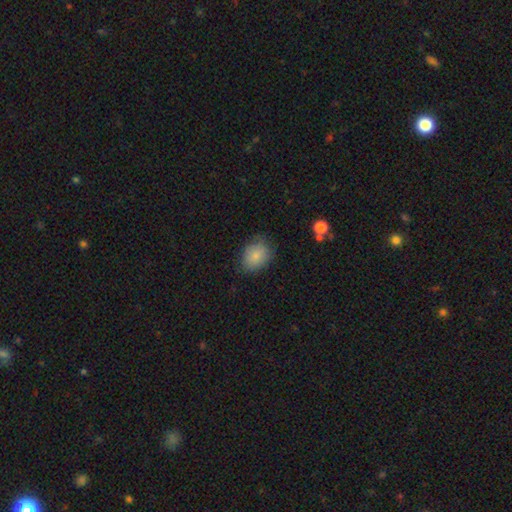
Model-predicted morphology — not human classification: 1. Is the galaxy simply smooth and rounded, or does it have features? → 83% smooth, 8% featured or disk, 8% star or artifact.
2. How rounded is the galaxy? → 62% in between, 37% round, 1% cigar-shaped.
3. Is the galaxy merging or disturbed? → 73% none, 21% minor disturbance, 5% major disturbance, 1% merger.